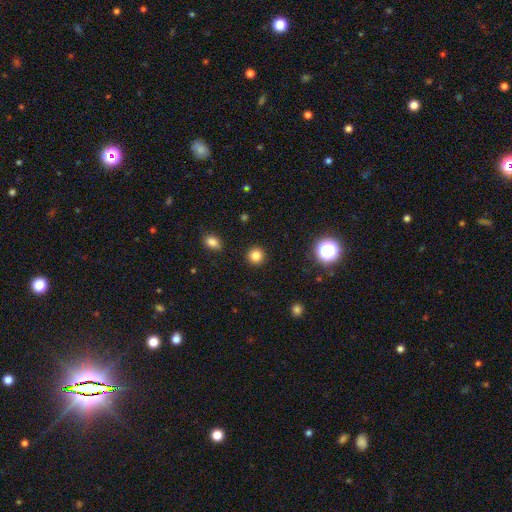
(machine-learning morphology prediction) smooth_or_featured: smooth (p=0.82) [alt: star or artifact p=0.13]
how_rounded: round (p=0.94) [alt: in between p=0.05]
merging: none (p=0.92) [alt: minor disturbance p=0.05]